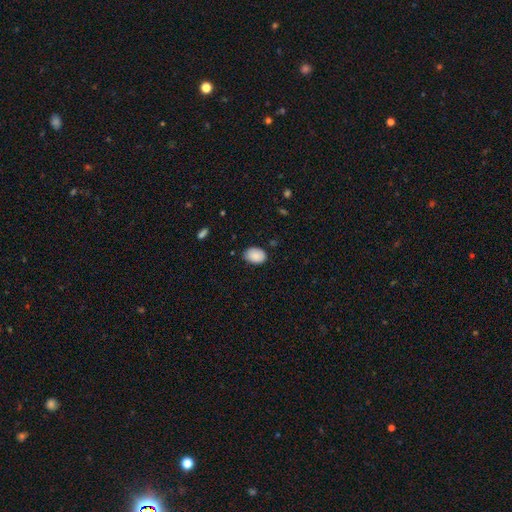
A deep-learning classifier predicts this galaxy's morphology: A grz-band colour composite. It shows a smooth galaxy with no disk features (89%) that is in between round and cigar-shaped (84%). Merging: none (79%).